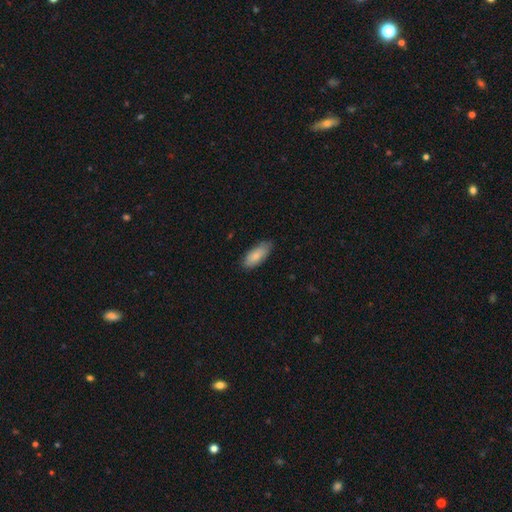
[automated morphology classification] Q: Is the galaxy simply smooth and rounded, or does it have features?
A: smooth — 84%.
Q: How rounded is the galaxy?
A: in between — 82%.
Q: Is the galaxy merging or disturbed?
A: none — 78%.